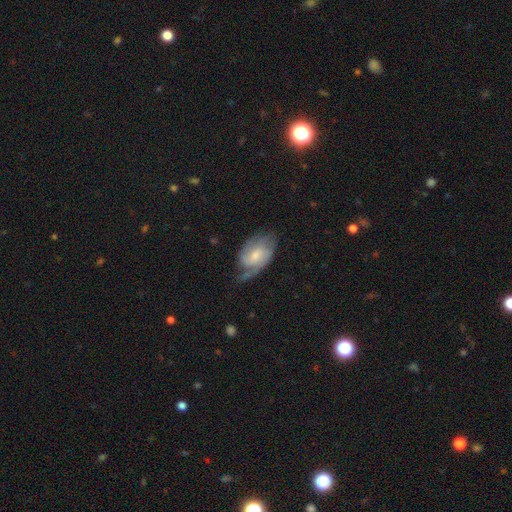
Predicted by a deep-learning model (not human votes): smooth_or_featured: featured or disk (p=0.70) [alt: smooth p=0.25]
disk_edge_on: no (p=0.97) [alt: yes p=0.03]
bar: weak (p=0.47) [alt: no p=0.44]
has_spiral_arms: yes (p=0.92) [alt: no p=0.08]
spiral_winding: medium (p=0.47) [alt: tight p=0.30]
spiral_arm_count: 2 (p=0.59) [alt: can't tell p=0.16]
bulge_size: small (p=0.48) [alt: moderate p=0.38]
merging: none (p=0.50) [alt: minor disturbance p=0.30]